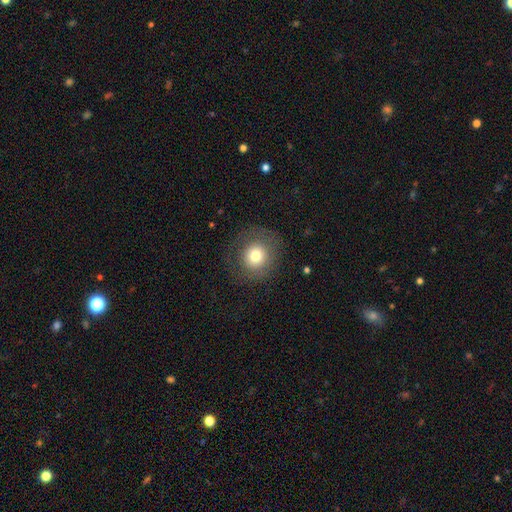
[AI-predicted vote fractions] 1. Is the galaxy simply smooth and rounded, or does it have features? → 71% smooth, 18% featured or disk, 12% star or artifact.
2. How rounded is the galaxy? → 91% round, 8% in between, 1% cigar-shaped.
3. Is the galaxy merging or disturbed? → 79% none, 11% minor disturbance, 8% major disturbance, 1% merger.